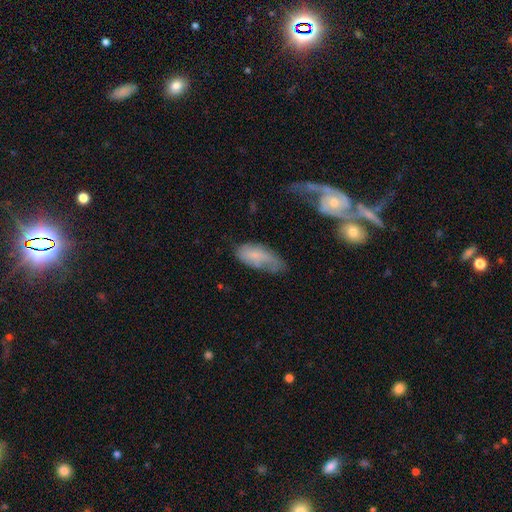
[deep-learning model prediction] smooth-or-featured: smooth: 61% | featured or disk: 31% | star or artifact: 8%
  how-rounded: in between: 88% | cigar-shaped: 10% | round: 2%
  merging: none: 36% | minor disturbance: 35% | major disturbance: 22% | merger: 7%